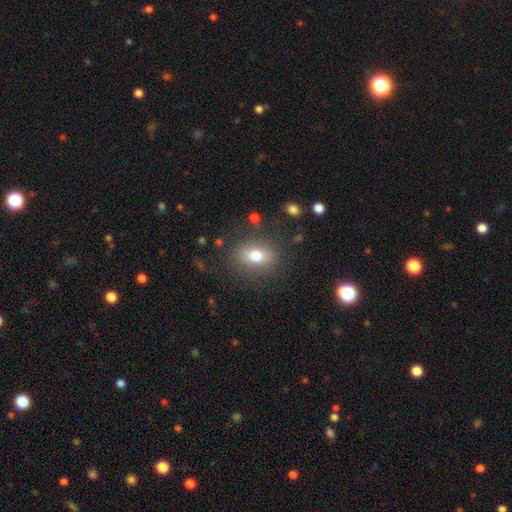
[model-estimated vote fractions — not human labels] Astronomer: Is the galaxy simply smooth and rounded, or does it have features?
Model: smooth — 77%.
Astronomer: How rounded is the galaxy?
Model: in between — 63%.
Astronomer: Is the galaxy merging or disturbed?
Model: none — 79%.